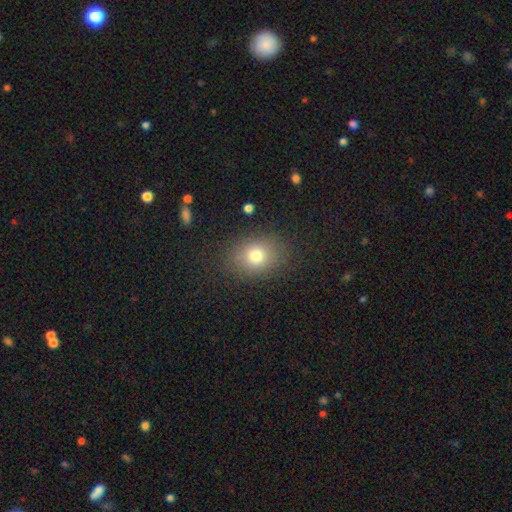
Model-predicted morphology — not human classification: smooth_or_featured: smooth (p=0.77) [alt: star or artifact p=0.12]
how_rounded: in between (p=0.53) [alt: round p=0.46]
merging: none (p=0.82) [alt: minor disturbance p=0.12]